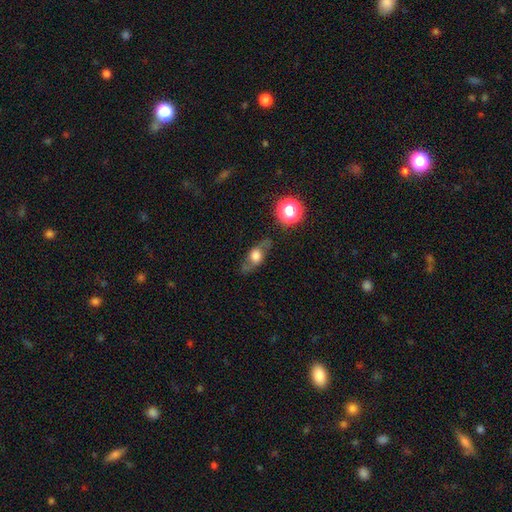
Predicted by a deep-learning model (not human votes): A featured or disk galaxy (48%). Merging: none (73%).